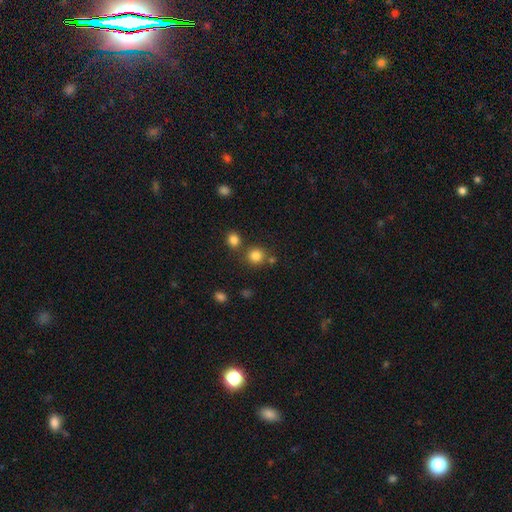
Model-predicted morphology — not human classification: Overall: smooth (82%). How rounded: round (90%). Merging: none (73%).